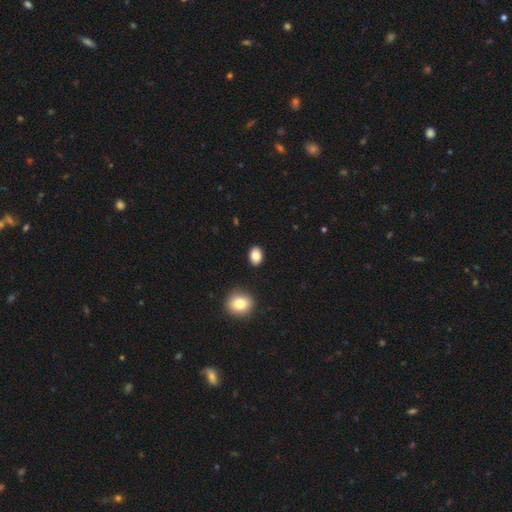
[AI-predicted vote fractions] Smooth or featured? smooth (87%)
How rounded? in between (76%)
Merging? none (89%)